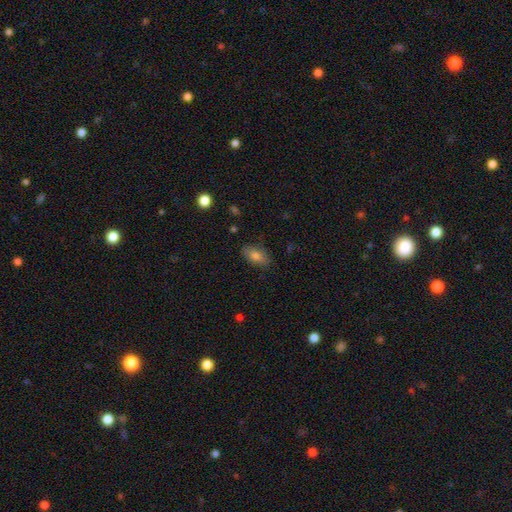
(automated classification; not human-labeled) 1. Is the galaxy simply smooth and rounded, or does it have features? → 78% smooth, 14% featured or disk, 8% star or artifact.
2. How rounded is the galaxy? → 89% in between, 6% round, 5% cigar-shaped.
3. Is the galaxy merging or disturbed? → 81% none, 15% minor disturbance, 3% major disturbance, 1% merger.